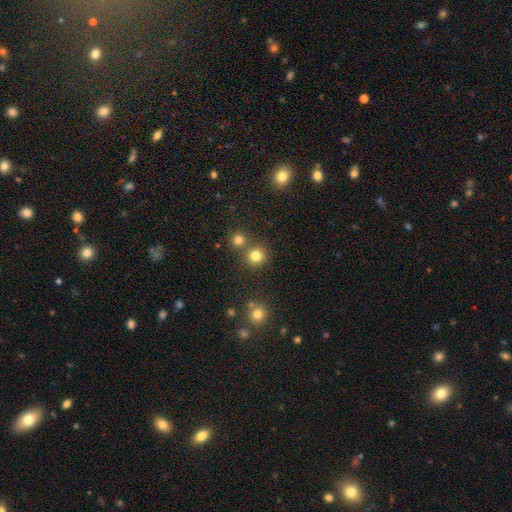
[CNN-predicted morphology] smooth 80%, star or artifact 15%, featured or disk 5%. Down the decision tree: how rounded — round (92%); merging — none (77%).